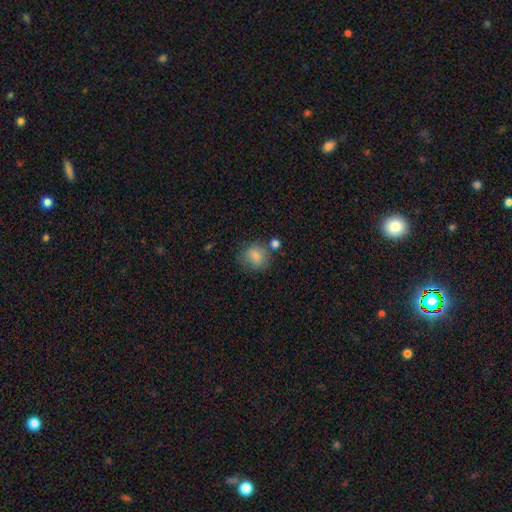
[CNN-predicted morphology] smooth 79%, featured or disk 12%, star or artifact 9%. Down the decision tree: how rounded — round (75%); merging — none (62%).